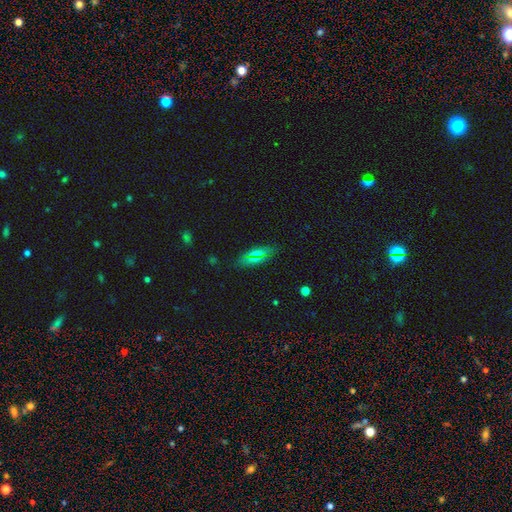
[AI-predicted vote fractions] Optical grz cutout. It shows a smooth galaxy with no disk features (66%) that is in between round and cigar-shaped (71%). Merging: none (85%).